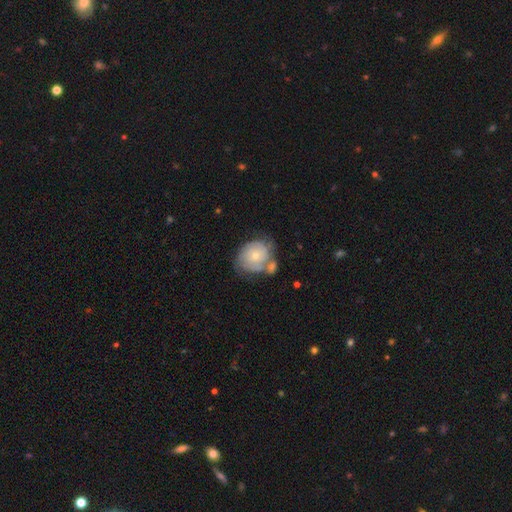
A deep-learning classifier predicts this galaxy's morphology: The model was most divided on "smooth or featured": featured or disk: 51%, smooth: 42%, star or artifact: 7%. Remaining: edge-on disk — no (97%); merging — none (41%).